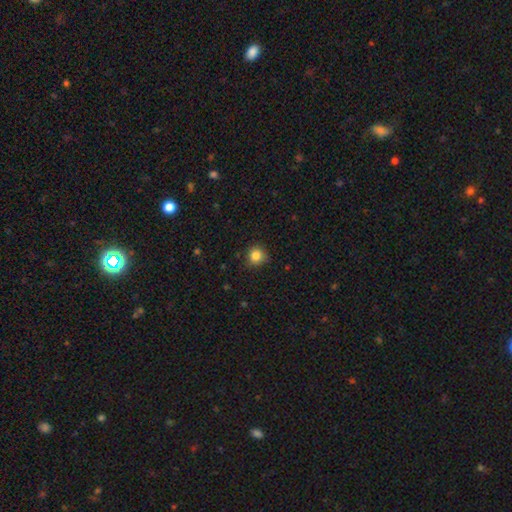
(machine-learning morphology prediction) This is clearly a smooth galaxy (84%). How rounded: clearly round (91%). Merging: clearly none (85%).